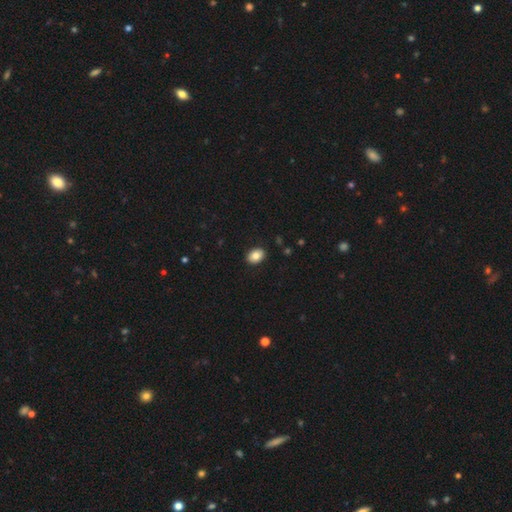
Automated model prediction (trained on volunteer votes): A smooth galaxy with no disk features (84%) that is in between round and cigar-shaped (79%).

Vote fractions:
- Smooth or featured? smooth: 84% / featured or disk: 8% / star or artifact: 8%
- How rounded? in between: 79% / round: 20% / cigar-shaped: 1%
- Merging? none: 90% / minor disturbance: 8% / major disturbance: 2% / merger: 1%